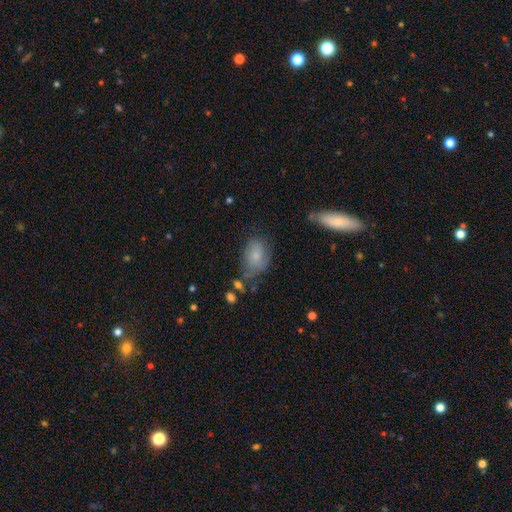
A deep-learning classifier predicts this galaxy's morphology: This is likely a smooth galaxy (66%). How rounded: clearly in between (87%). Merging: possibly none (53%).